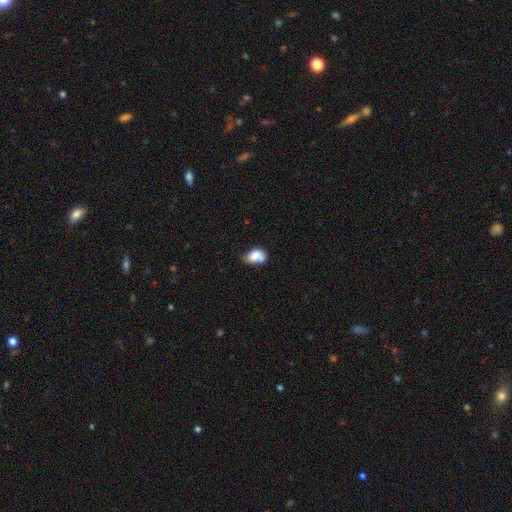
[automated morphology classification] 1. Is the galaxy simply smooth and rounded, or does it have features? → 75% smooth, 16% featured or disk, 10% star or artifact.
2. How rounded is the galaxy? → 72% in between, 27% round, 1% cigar-shaped.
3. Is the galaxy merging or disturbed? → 34% none, 30% merger, 26% minor disturbance, 11% major disturbance.